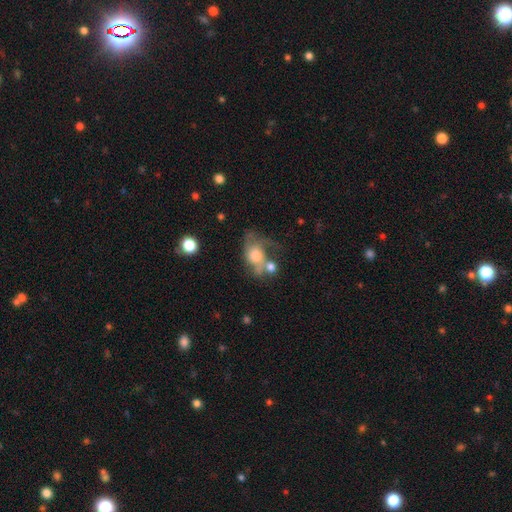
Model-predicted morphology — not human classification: Smooth or featured? smooth (46%)
Merging? major disturbance (33%)